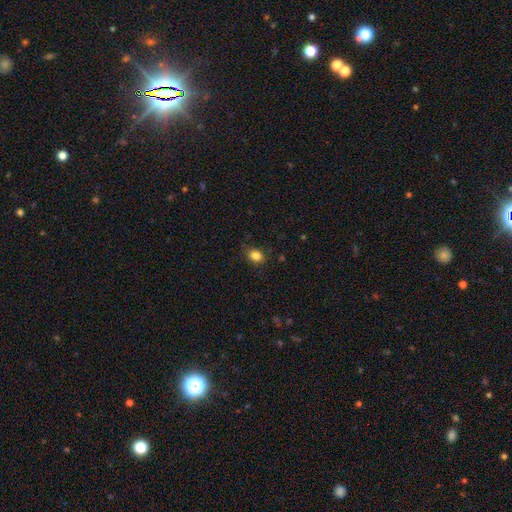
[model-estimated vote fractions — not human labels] Smooth or featured? smooth (84%)
How rounded? round (61%)
Merging? none (84%)